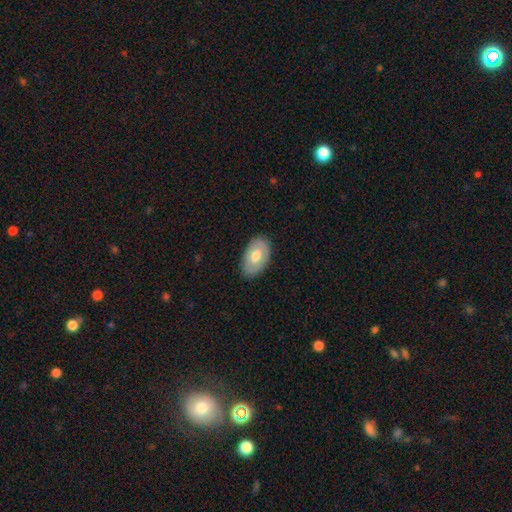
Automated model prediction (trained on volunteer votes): Overall: smooth (55%; featured or disk 39%). How rounded: in between (92%). Merging: none (82%).